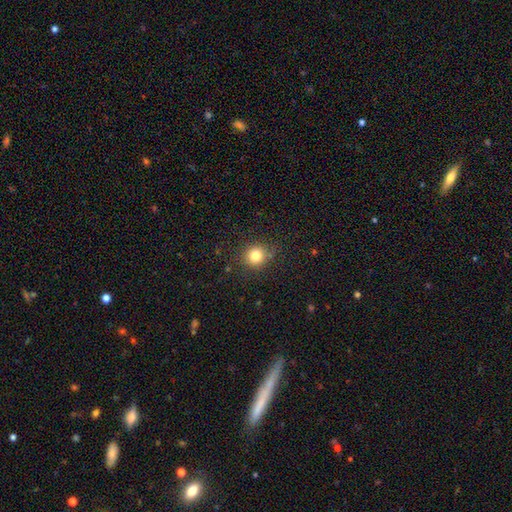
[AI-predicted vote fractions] A smooth galaxy with no disk features (80%) that is round (87%). Merging: none (83%).